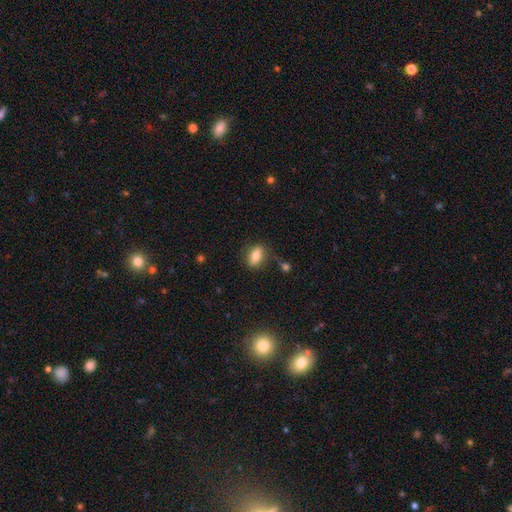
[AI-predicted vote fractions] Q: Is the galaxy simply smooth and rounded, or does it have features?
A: smooth — 76%.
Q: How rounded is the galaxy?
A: in between — 80%.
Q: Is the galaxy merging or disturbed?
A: none — 77%.